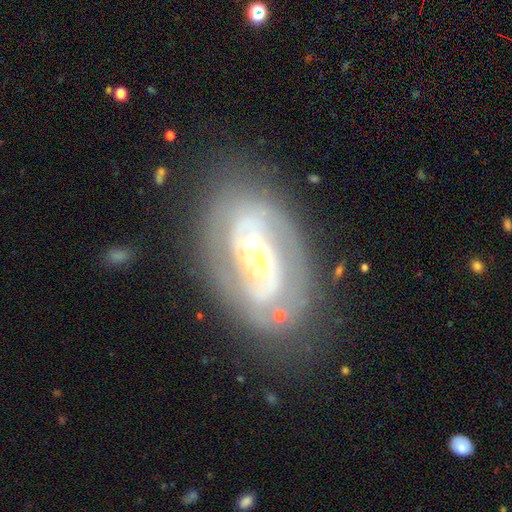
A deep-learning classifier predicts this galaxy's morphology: A featured or disk galaxy (82%) with a weak bar (38%), 2 (57%) tight (54%) spiral arms (86%) and a small central bulge (64%). Merging: none (73%).